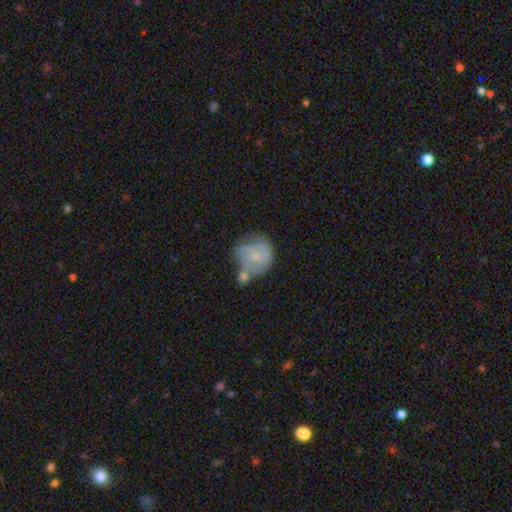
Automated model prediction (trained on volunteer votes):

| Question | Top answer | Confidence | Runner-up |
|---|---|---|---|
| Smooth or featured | featured or disk | 47% | smooth (45%) |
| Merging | merger | 32% | none (30%) |